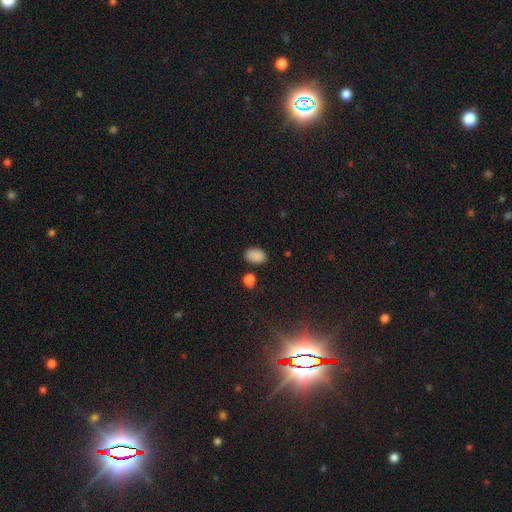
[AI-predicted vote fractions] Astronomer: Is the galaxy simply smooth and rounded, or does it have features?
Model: smooth — 87%.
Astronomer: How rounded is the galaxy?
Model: in between — 87%.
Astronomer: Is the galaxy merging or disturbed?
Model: none — 81%.